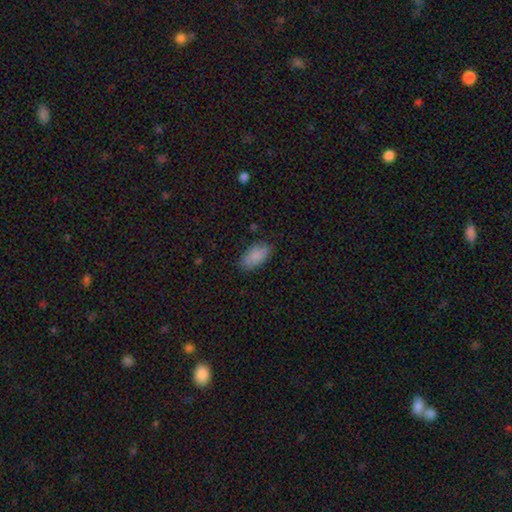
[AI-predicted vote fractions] A smooth galaxy with no disk features (86%) that is in between round and cigar-shaped (93%). Merging: none (79%).